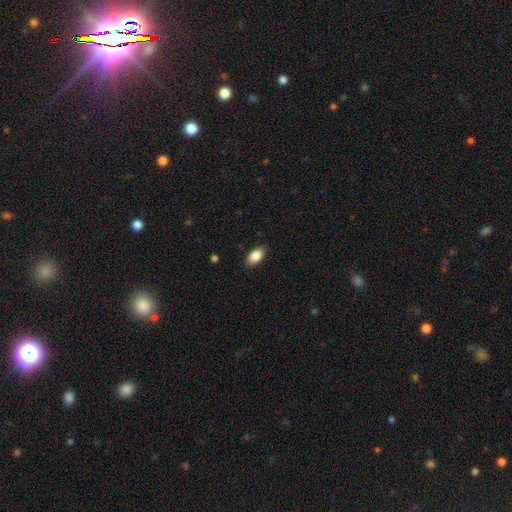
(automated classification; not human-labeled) Smooth or featured? smooth (87%)
How rounded? in between (93%)
Merging? none (86%)